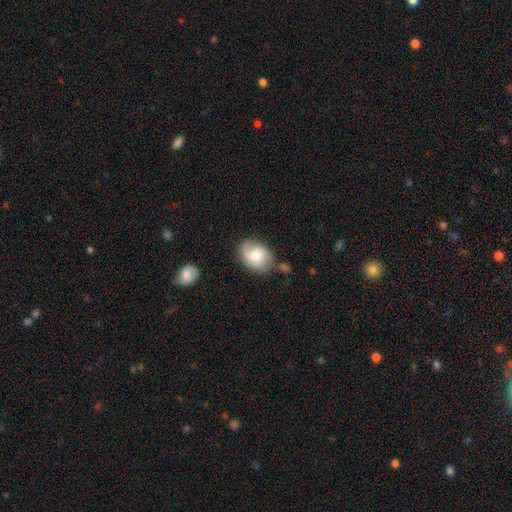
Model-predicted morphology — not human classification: This appears to be a smooth galaxy with no disk features (66%) that is in between round and cigar-shaped (69%). Merging: none (64%).